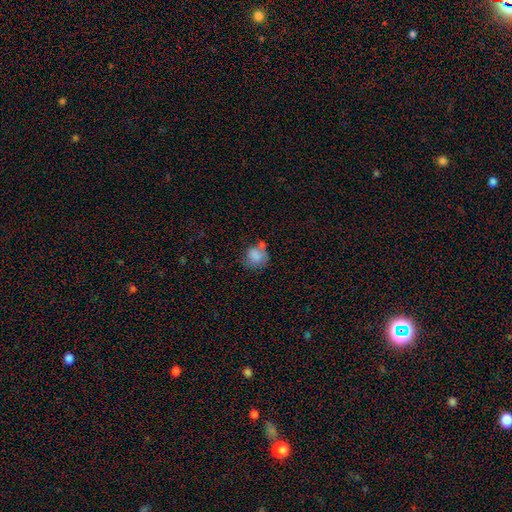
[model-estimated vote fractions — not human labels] This appears to be a smooth galaxy with no disk features (79%) that is round (74%). Merging: none (46%).